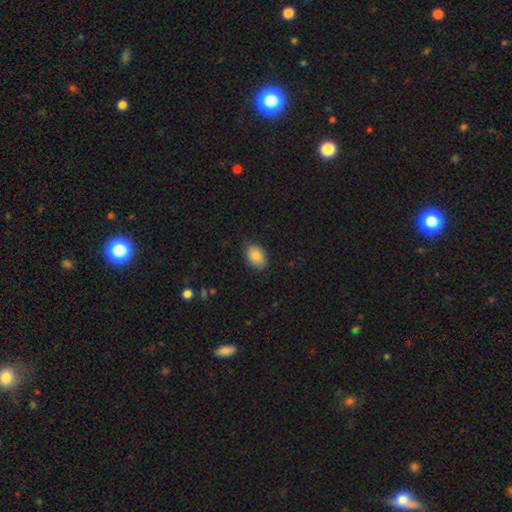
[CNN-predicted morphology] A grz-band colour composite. It shows a smooth galaxy with no disk features (86%) that is in between round and cigar-shaped (84%). Merging: none (84%).